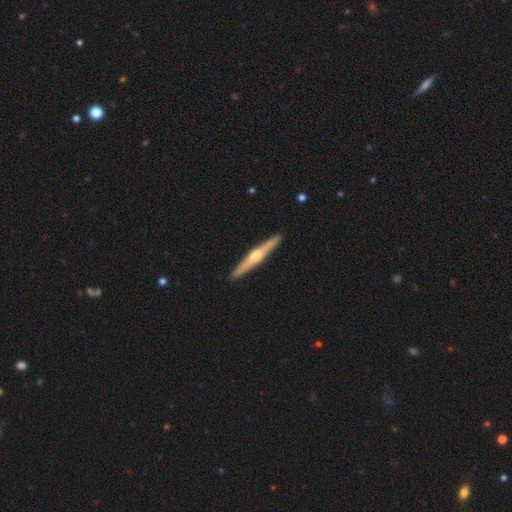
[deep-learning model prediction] featured or disk 76%, smooth 20%, star or artifact 5%. Down the decision tree: edge-on disk — yes (98%); edge-on bulge — rounded (93%); merging — none (93%).